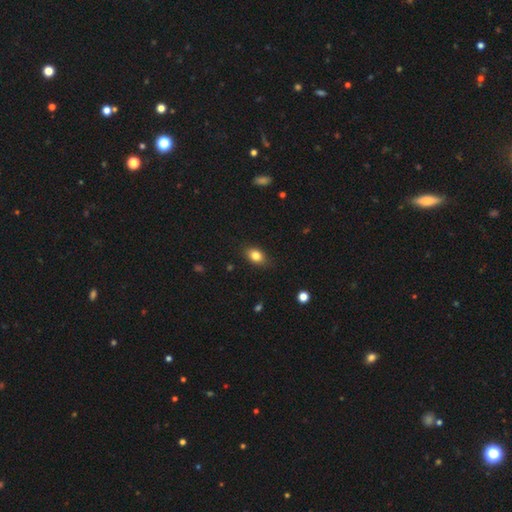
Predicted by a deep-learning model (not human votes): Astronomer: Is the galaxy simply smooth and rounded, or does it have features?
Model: smooth — 82%.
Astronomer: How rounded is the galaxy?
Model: in between — 81%.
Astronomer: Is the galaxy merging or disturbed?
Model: none — 84%.